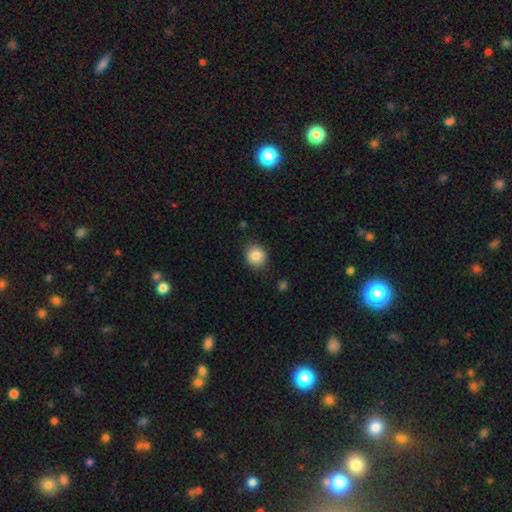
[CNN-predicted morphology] A smooth galaxy with no disk features (86%) that is round (79%).

Vote fractions:
- Smooth or featured? smooth: 86% / star or artifact: 9% / featured or disk: 6%
- How rounded? round: 79% / in between: 20% / cigar-shaped: 1%
- Merging? none: 85% / minor disturbance: 11% / major disturbance: 3% / merger: 1%